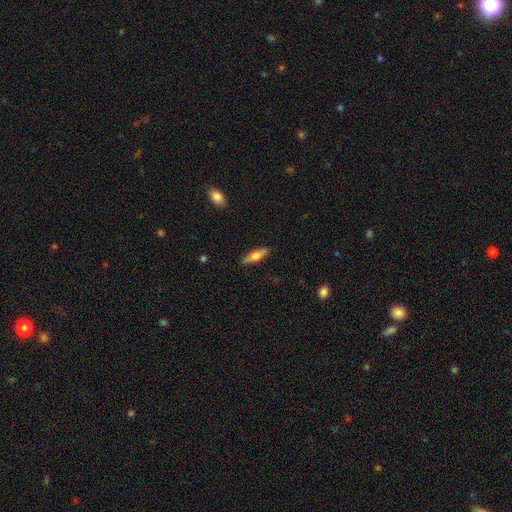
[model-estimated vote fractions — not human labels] Smooth or featured: smooth — 60% (featured or disk — 34%)
How rounded: cigar-shaped — 57% (in between — 41%)
Merging: none — 88% (minor disturbance — 9%)